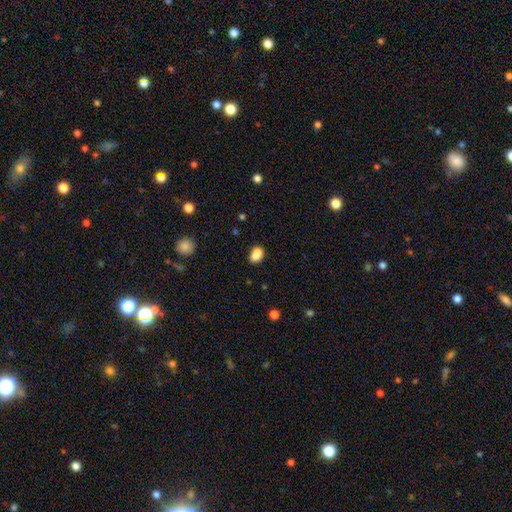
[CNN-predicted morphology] This is clearly a smooth galaxy (86%). How rounded: likely in between (77%). Merging: likely none (75%).